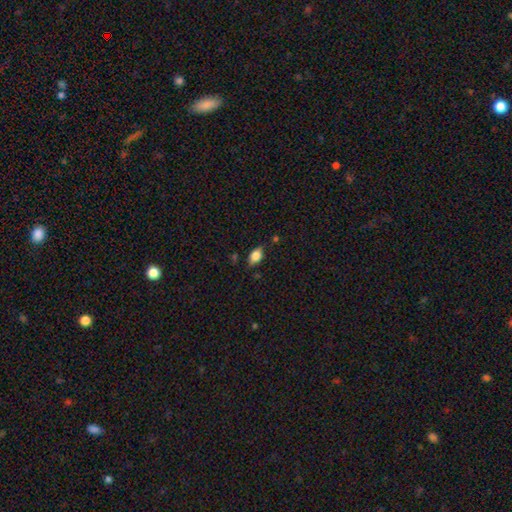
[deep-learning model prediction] The model was most divided on "merging": none: 75%, minor disturbance: 18%, major disturbance: 4%, merger: 2%. More confident: how rounded — in between (85%); smooth or featured — smooth (78%).